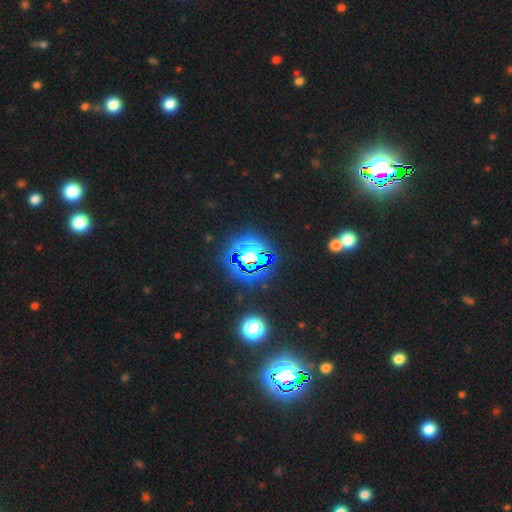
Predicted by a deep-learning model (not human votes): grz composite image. It shows a star or artifact, not a galaxy (78%).